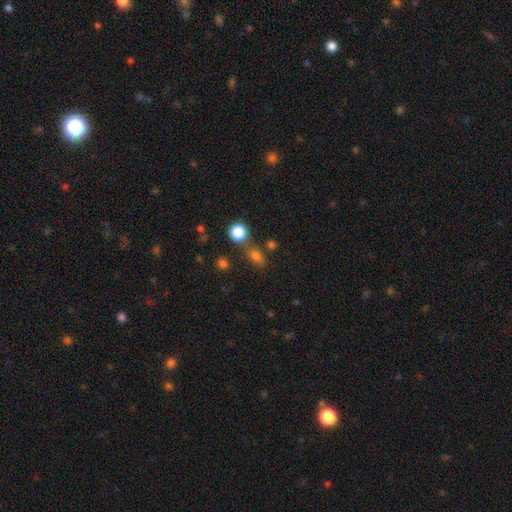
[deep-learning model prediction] A smooth galaxy with no disk features (71%) that is in between round and cigar-shaped (62%). Merging: none (68%).